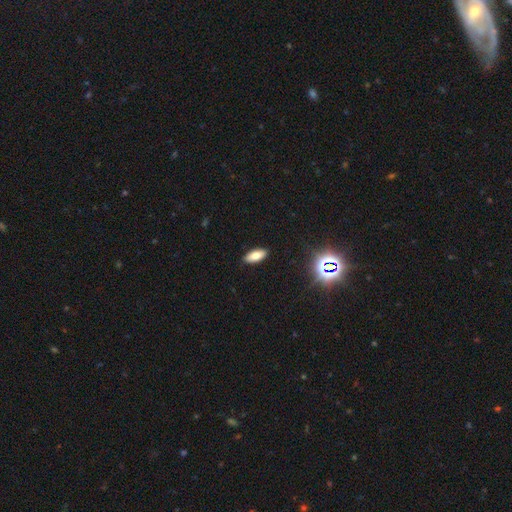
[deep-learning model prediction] Q: Smooth or featured?
A: smooth (78%); runner-up: star or artifact (11%)
Q: How rounded?
A: in between (81%); runner-up: cigar-shaped (17%)
Q: Merging?
A: none (89%); runner-up: minor disturbance (8%)